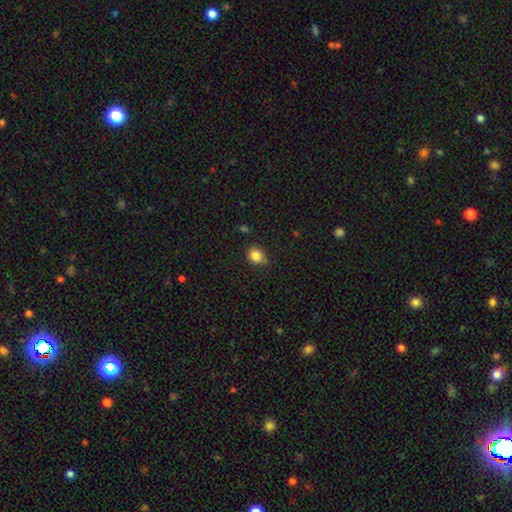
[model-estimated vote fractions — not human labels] This is clearly a smooth galaxy (84%). How rounded: likely round (72%). Merging: clearly none (81%).